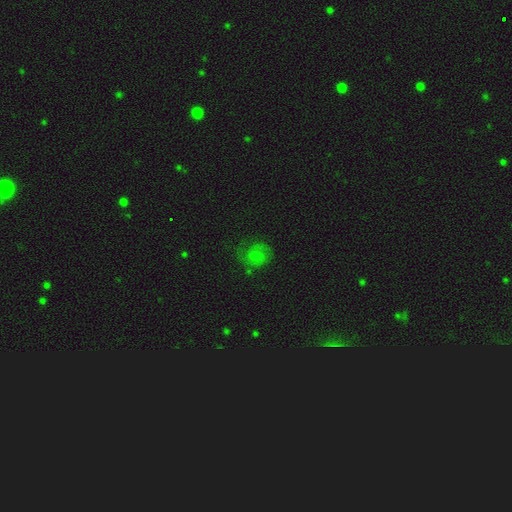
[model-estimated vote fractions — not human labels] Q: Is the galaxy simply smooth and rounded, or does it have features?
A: smooth — 42%.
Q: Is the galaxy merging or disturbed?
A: none — 67%.